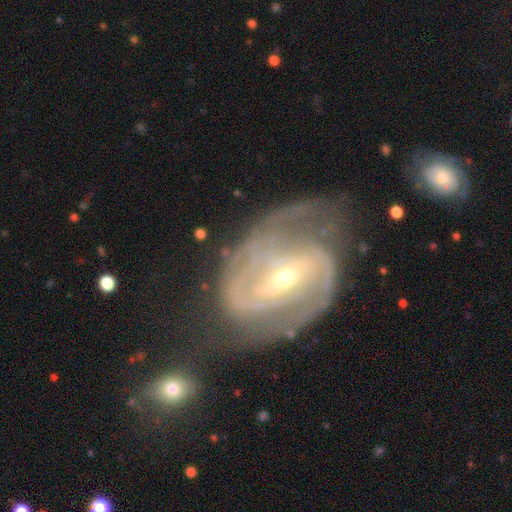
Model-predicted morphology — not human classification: This is clearly a featured or disk galaxy (90%). It is clearly not viewed edge-on (97%). Bar: marginally weak (42%). Spiral arm pattern: clearly yes (97%). Spiral arm count: likely 2 (63%). Spiral winding: possibly tight (49%). Central bulge: likely small (66%). Merging: possibly none (57%).